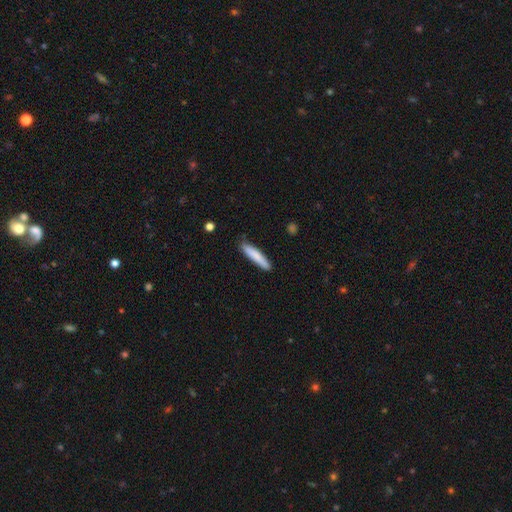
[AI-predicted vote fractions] Smooth or featured: smooth — 80% (featured or disk — 14%)
How rounded: cigar-shaped — 91% (in between — 8%)
Merging: none — 85% (minor disturbance — 11%)